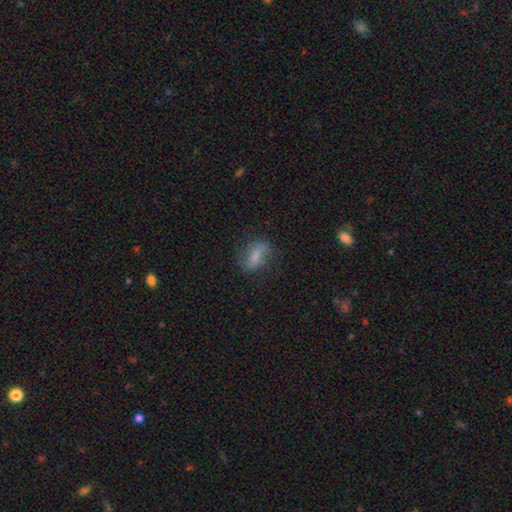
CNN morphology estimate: This appears to be a smooth galaxy with no disk features (60%) that is in between round and cigar-shaped (78%). Merging: none (67%).